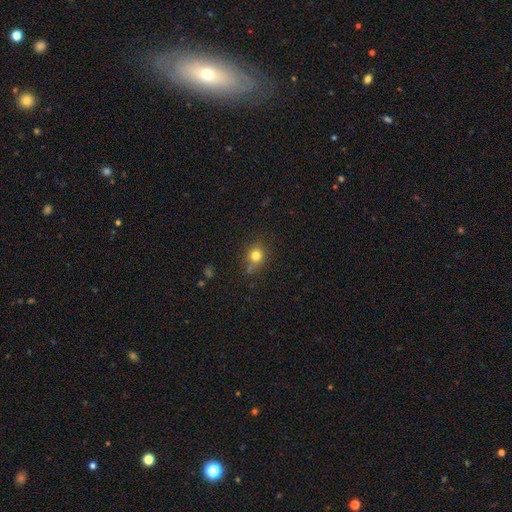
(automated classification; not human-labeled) Morphology: type=smooth (79%); roundness=round (78%); merging=none (67%).